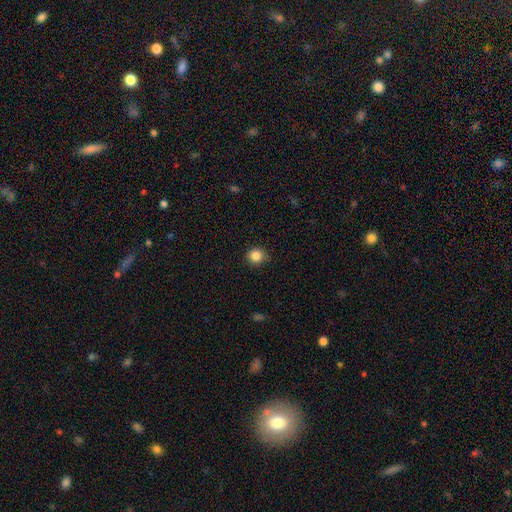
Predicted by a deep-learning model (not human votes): Smooth or featured?
  - smooth: 85% *
  - star or artifact: 11%
  - featured or disk: 4%
How rounded?
  - round: 88% *
  - in between: 11%
  - cigar-shaped: 1%
Merging?
  - none: 83% *
  - minor disturbance: 14%
  - major disturbance: 3%
  - merger: 1%